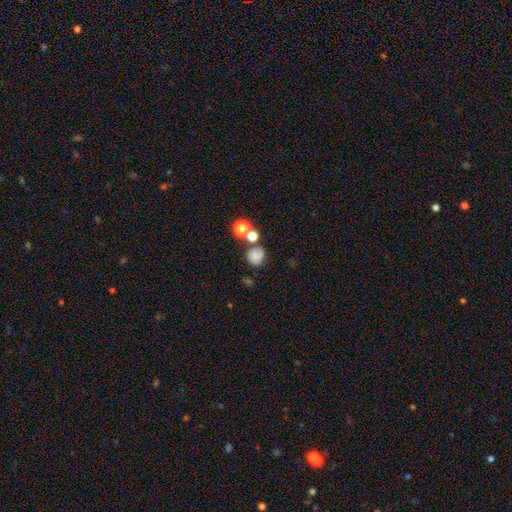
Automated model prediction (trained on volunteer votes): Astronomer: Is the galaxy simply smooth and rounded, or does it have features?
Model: smooth — 75%.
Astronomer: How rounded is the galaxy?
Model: round — 84%.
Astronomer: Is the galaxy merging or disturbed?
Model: none — 63%.